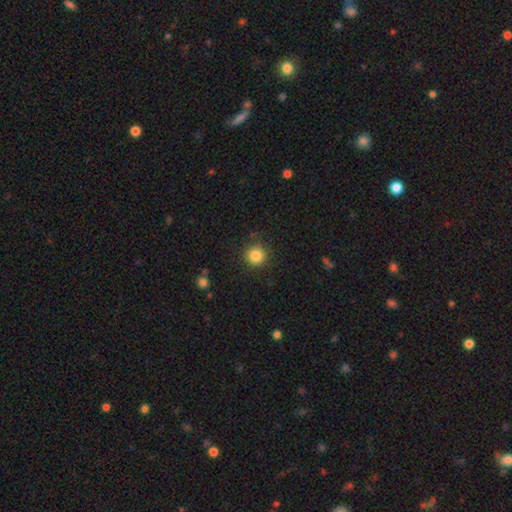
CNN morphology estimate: Smooth or featured: smooth — 84% (star or artifact — 11%)
How rounded: round — 94% (in between — 5%)
Merging: none — 87% (minor disturbance — 9%)